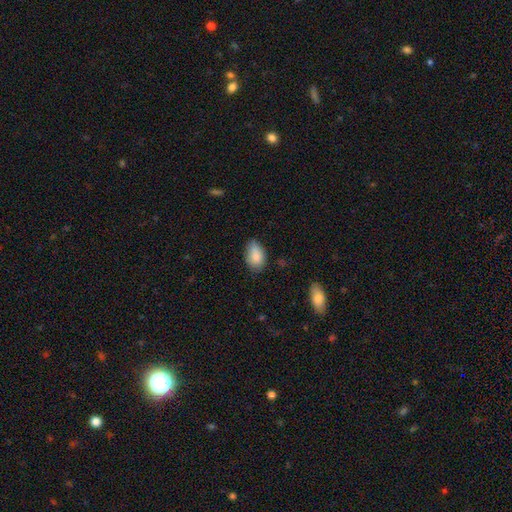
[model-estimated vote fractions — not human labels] A smooth galaxy with no disk features (86%) that is in between round and cigar-shaped (89%). Merging: none (67%).